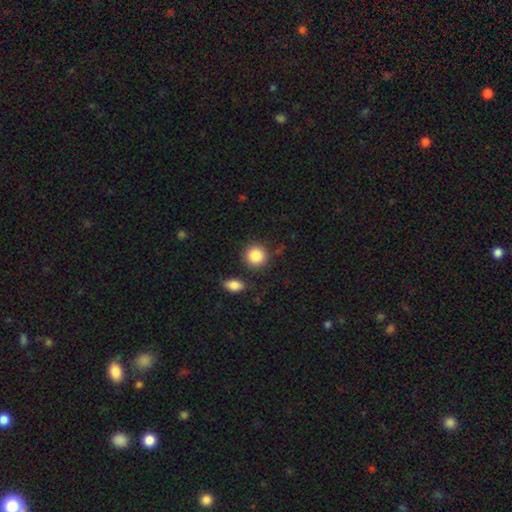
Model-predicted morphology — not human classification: smooth-or-featured: smooth: 87% | star or artifact: 8% | featured or disk: 4%
  how-rounded: round: 89% | in between: 10% | cigar-shaped: 1%
  merging: none: 83% | minor disturbance: 9% | merger: 5% | major disturbance: 3%